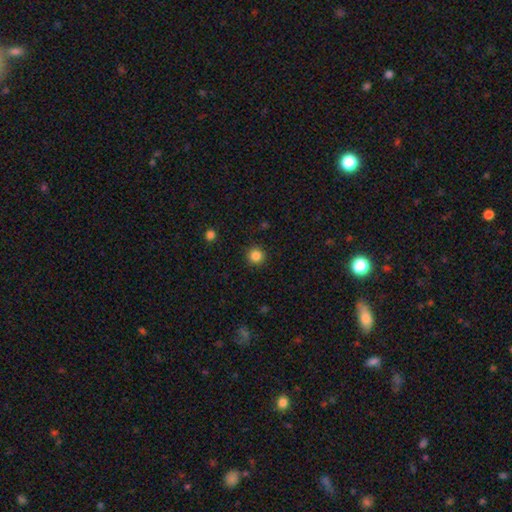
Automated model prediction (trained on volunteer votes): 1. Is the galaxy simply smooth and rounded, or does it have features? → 85% smooth, 11% star or artifact, 4% featured or disk.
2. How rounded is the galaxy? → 96% round, 3% in between, 1% cigar-shaped.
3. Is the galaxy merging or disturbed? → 92% none, 5% minor disturbance, 2% major disturbance, 1% merger.